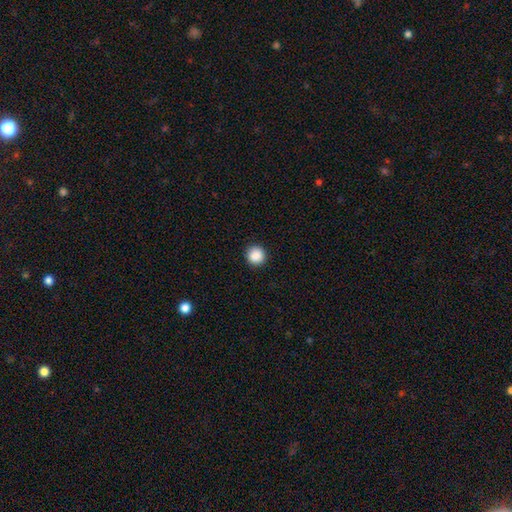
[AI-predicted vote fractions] smooth-or-featured: smooth: 88% | star or artifact: 9% | featured or disk: 3%
  how-rounded: round: 94% | in between: 5% | cigar-shaped: 1%
  merging: none: 92% | minor disturbance: 5% | major disturbance: 2% | merger: 1%